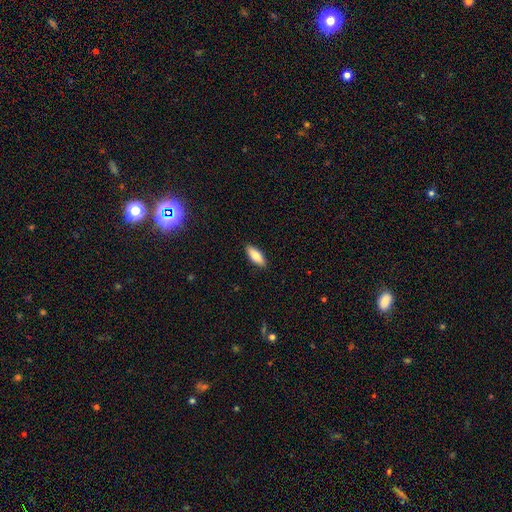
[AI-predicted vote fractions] A smooth galaxy with no disk features (81%) that is in between round and cigar-shaped (72%). Merging: none (90%).